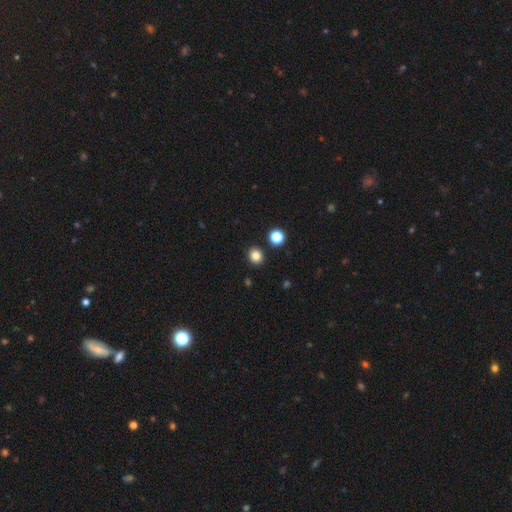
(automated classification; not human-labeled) smooth-or-featured: smooth: 83% | star or artifact: 13% | featured or disk: 4%
  how-rounded: round: 78% | in between: 21% | cigar-shaped: 1%
  merging: none: 89% | minor disturbance: 6% | merger: 3% | major disturbance: 2%